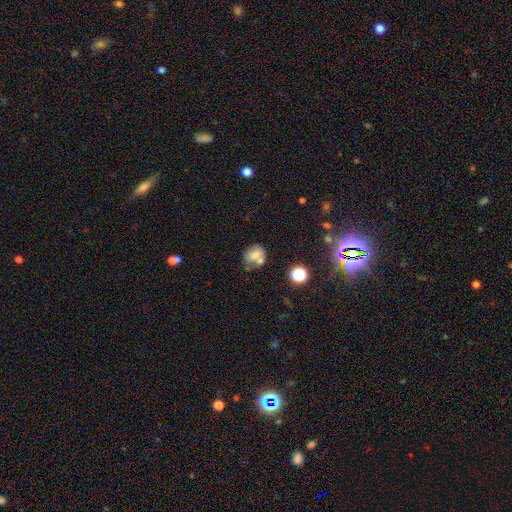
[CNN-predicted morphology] A smooth galaxy with no disk features (67%) that is round (55%).

Vote fractions:
- Smooth or featured? smooth: 67% / featured or disk: 20% / star or artifact: 14%
- How rounded? round: 55% / in between: 44% / cigar-shaped: 1%
- Merging? none: 47% / merger: 28% / minor disturbance: 18% / major disturbance: 7%